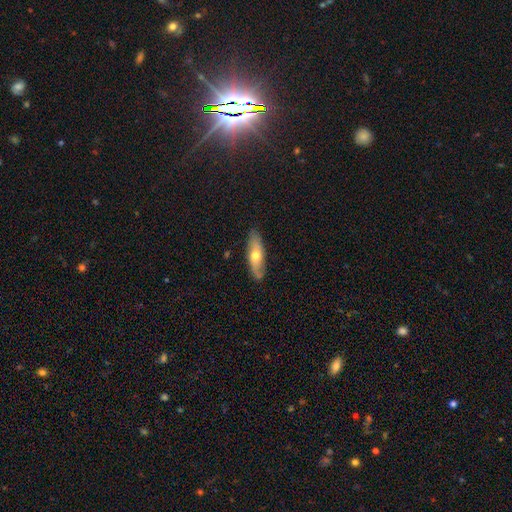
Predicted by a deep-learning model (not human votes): Morphology: type=smooth (50%); merging=none (82%).